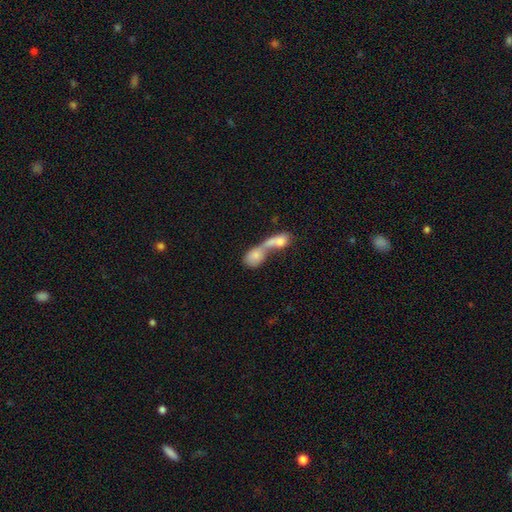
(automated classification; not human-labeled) The model was most divided on "how rounded": in between: 58%, round: 34%, cigar-shaped: 8%. More confident: merging — merger (80%); smooth or featured — smooth (71%).